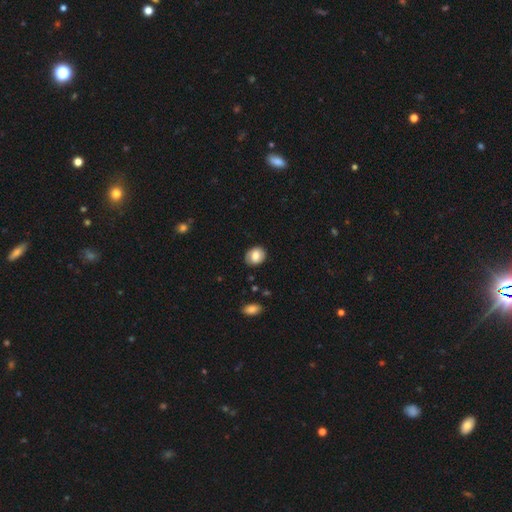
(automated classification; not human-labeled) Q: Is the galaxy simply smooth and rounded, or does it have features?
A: smooth — 76%.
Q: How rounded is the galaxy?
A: round — 56%.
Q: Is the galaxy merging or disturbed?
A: none — 81%.